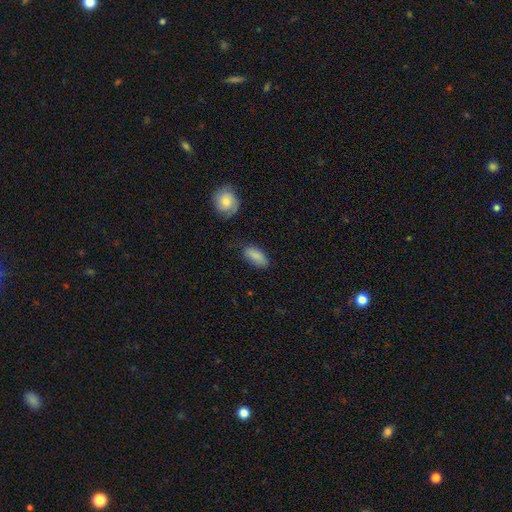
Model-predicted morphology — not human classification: smooth_or_featured: smooth (p=0.86) [alt: featured or disk p=0.08]
how_rounded: in between (p=0.84) [alt: cigar-shaped p=0.14]
merging: none (p=0.70) [alt: minor disturbance p=0.22]